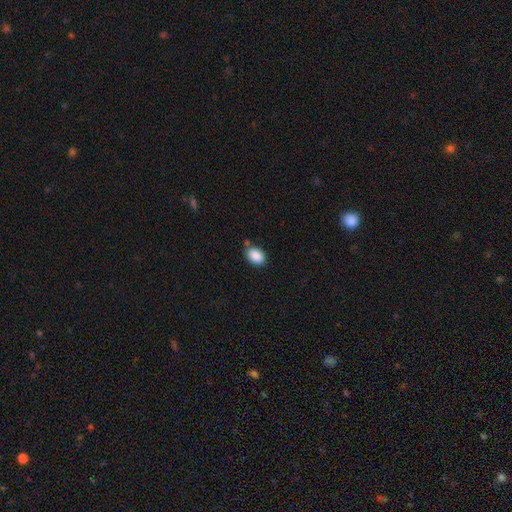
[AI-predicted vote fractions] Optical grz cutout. It shows a smooth galaxy with no disk features (89%) that is in between round and cigar-shaped (84%). Merging: none (77%).